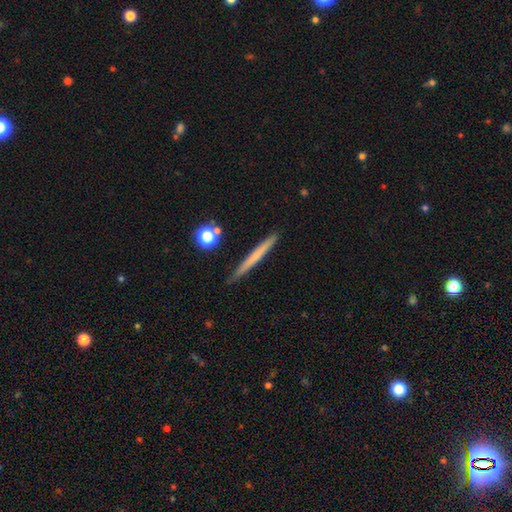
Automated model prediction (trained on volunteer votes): Smooth or featured? Predicted: smooth (p=0.55). How rounded? Predicted: cigar-shaped (p=0.97). Merging? Predicted: none (p=0.89).